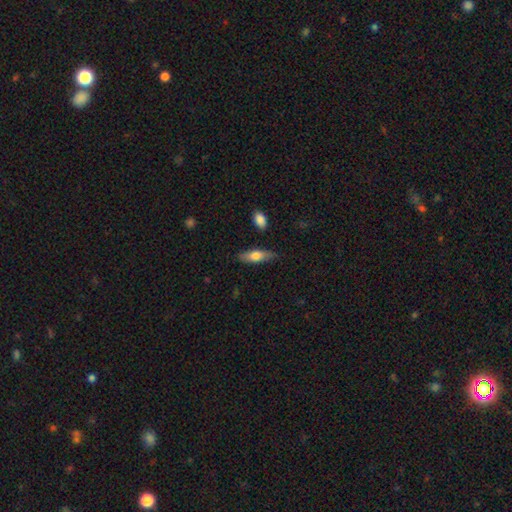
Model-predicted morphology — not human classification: smooth_or_featured: smooth (p=0.68) [alt: featured or disk p=0.26]
how_rounded: in between (p=0.57) [alt: cigar-shaped p=0.40]
merging: none (p=0.77) [alt: minor disturbance p=0.17]